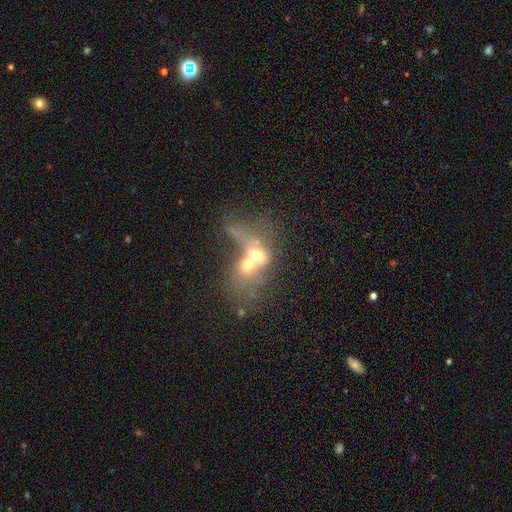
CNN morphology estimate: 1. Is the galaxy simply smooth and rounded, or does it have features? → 47% smooth, 40% featured or disk, 13% star or artifact.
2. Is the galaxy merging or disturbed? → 76% merger, 11% major disturbance, 8% none, 4% minor disturbance.